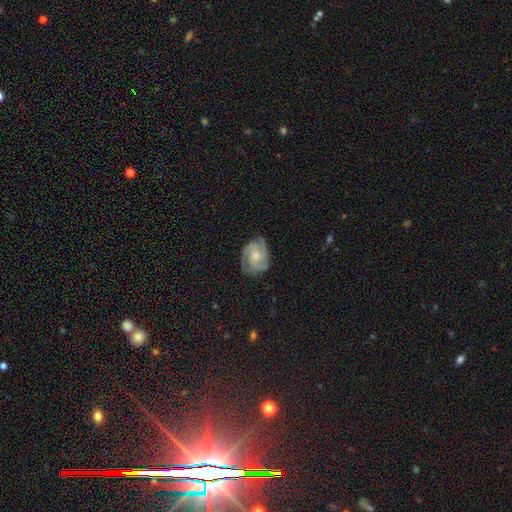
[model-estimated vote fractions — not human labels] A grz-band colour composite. It shows a featured or disk galaxy (83%) with no bar (72%), 3 (56%) tight (48%) spiral arms (97%) and a small central bulge (57%). Merging: none (73%).